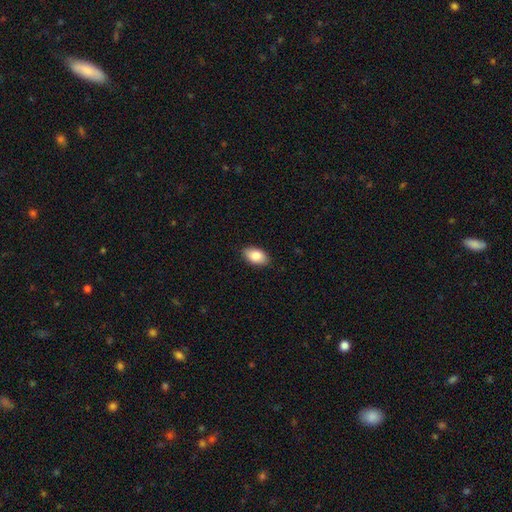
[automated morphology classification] This is clearly a smooth galaxy (86%). How rounded: clearly in between (93%). Merging: clearly none (88%).